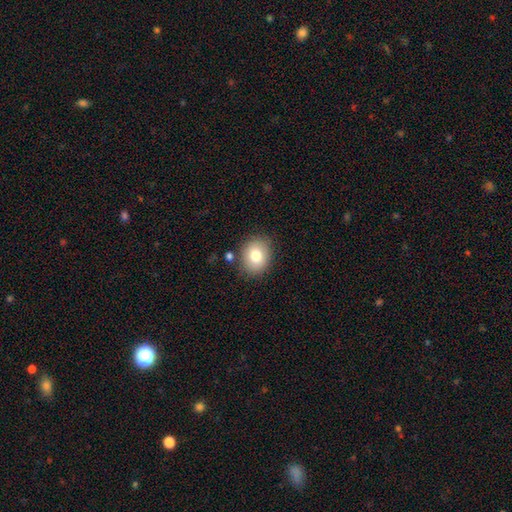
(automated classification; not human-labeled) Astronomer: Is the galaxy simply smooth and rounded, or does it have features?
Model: smooth — 80%.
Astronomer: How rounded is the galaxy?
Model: round — 54% (runner-up: in between, 46%).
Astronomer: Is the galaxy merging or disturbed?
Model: none — 83%.